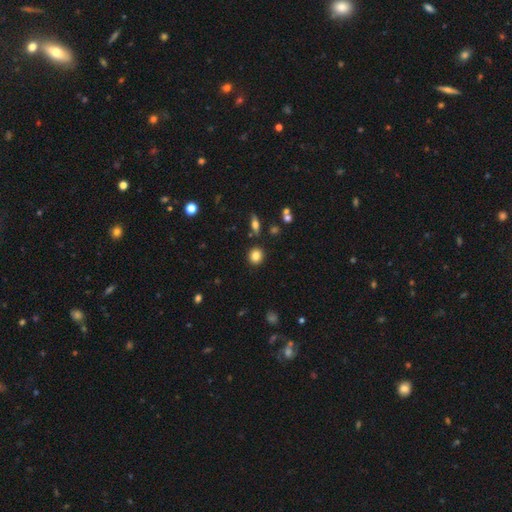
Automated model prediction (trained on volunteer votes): Smooth or featured? smooth (83%)
How rounded? round (84%)
Merging? none (88%)